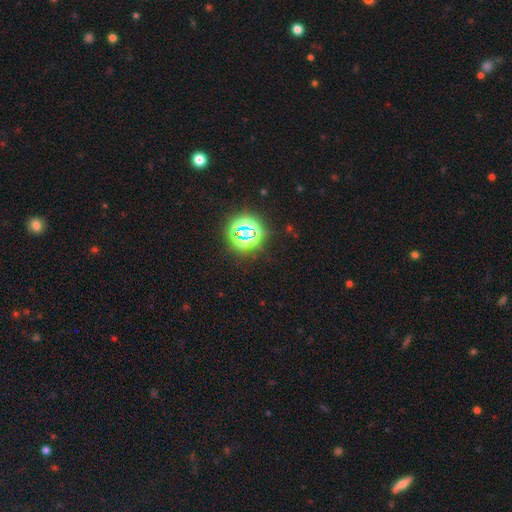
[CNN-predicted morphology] Overall: star or artifact (71%).